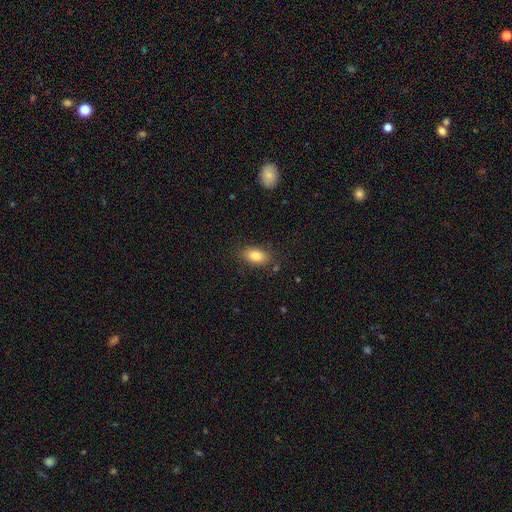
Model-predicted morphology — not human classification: The model was most divided on "merging": none: 83%, minor disturbance: 12%, major disturbance: 3%, merger: 2%. More confident: how rounded — in between (89%); smooth or featured — smooth (83%).